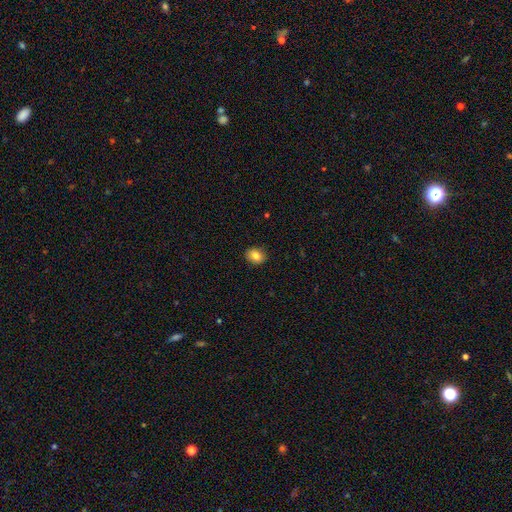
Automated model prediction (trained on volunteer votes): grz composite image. It shows a smooth galaxy with no disk features (84%) that is round (52%). Merging: none (90%).